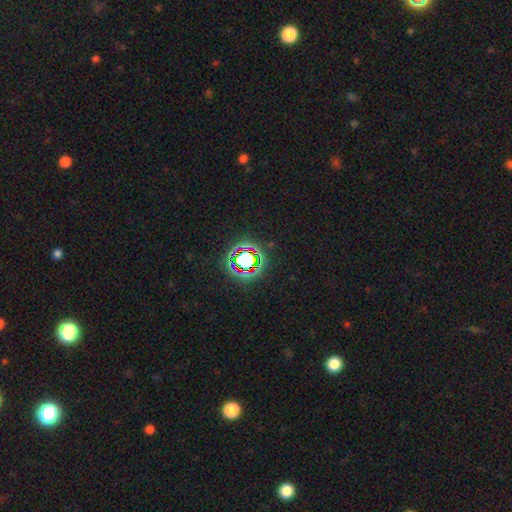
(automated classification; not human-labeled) This appears to be a star or artifact, not a galaxy (78%).